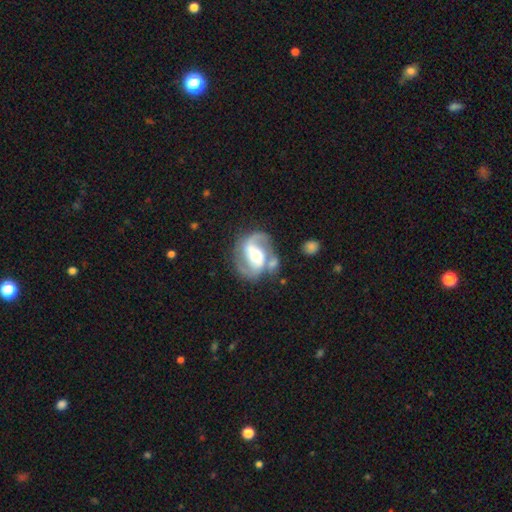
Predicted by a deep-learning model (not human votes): smooth-or-featured: featured or disk: 85% | smooth: 10% | star or artifact: 5%
  disk-edge-on: no: 97% | yes: 3%
    bar: weak: 39% | strong: 32% | no: 29%
    has-spiral-arms: yes: 93% | no: 7%
      spiral-winding: medium: 55% | loose: 23% | tight: 23%
      spiral-arm-count: 2: 88% | can't tell: 4% | 1: 3% | 3: 2% | 4: 1% | more than 4: 1%
    bulge-size: moderate: 67% | large: 16% | small: 14% | dominant: 2% | none: 1%
  merging: none: 61% | minor disturbance: 17% | merger: 12% | major disturbance: 9%